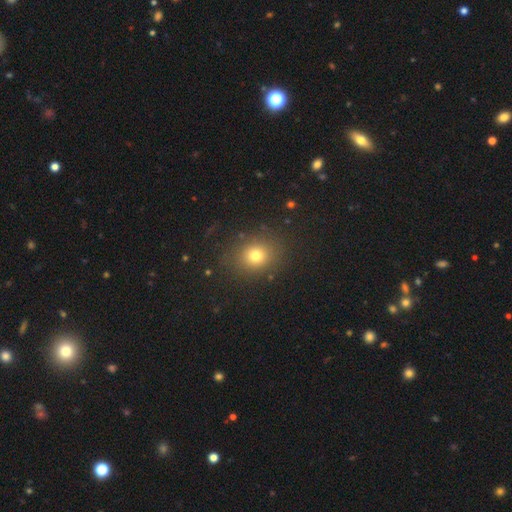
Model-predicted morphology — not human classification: A smooth galaxy with no disk features (75%) that is round (70%).

Vote fractions:
- Smooth or featured? smooth: 75% / star or artifact: 17% / featured or disk: 9%
- How rounded? round: 70% / in between: 29% / cigar-shaped: 1%
- Merging? none: 85% / minor disturbance: 9% / major disturbance: 4% / merger: 2%